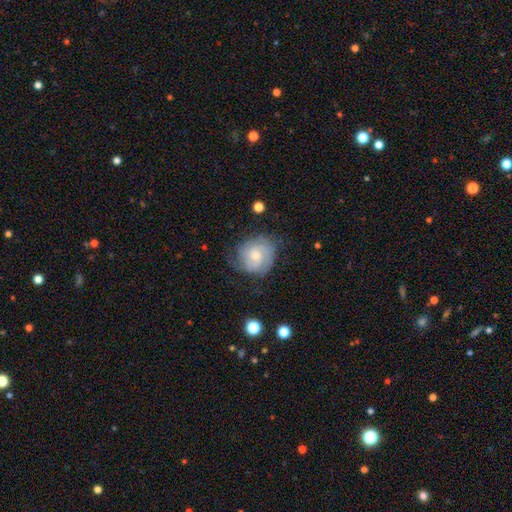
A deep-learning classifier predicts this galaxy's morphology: smooth_or_featured: featured or disk (p=0.59) [alt: smooth p=0.34]
disk_edge_on: no (p=0.98) [alt: yes p=0.02]
bar: no (p=0.67) [alt: weak p=0.29]
has_spiral_arms: yes (p=0.86) [alt: no p=0.14]
bulge_size: moderate (p=0.50) [alt: small p=0.41]
merging: none (p=0.65) [alt: minor disturbance p=0.23]